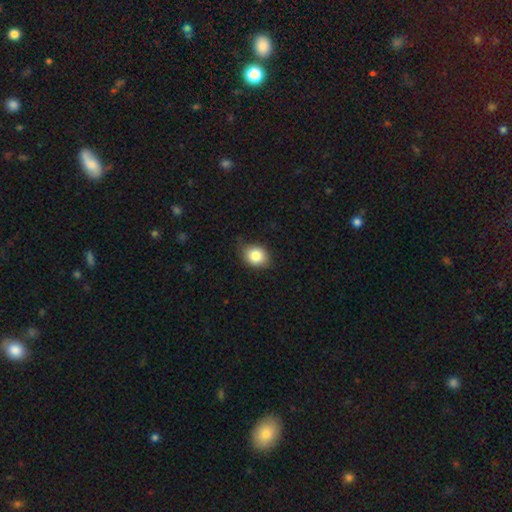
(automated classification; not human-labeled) This appears to be a smooth galaxy with no disk features (83%) that is round (56%). Merging: none (73%).